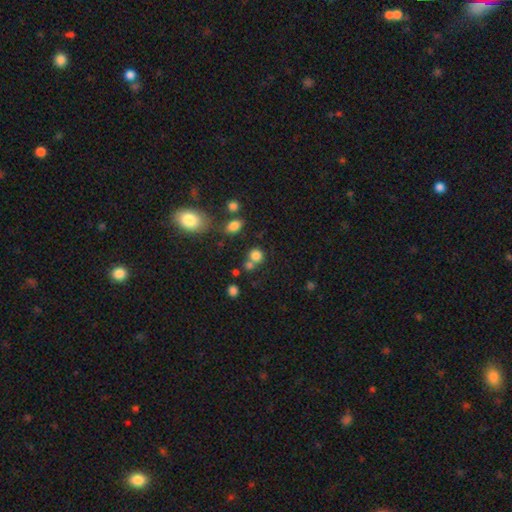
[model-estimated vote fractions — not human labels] Smooth or featured: smooth — 79% (star or artifact — 14%)
How rounded: round — 82% (in between — 17%)
Merging: none — 56% (merger — 30%)